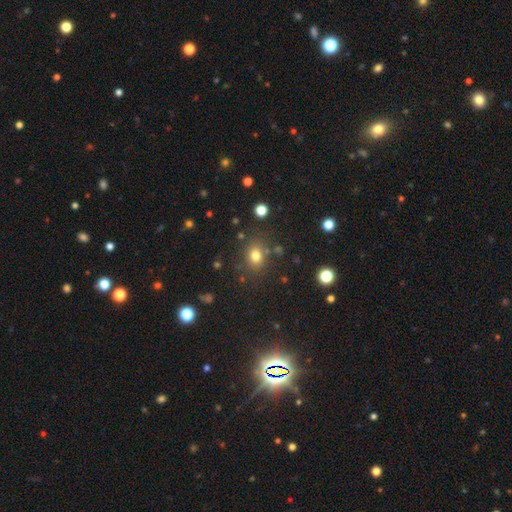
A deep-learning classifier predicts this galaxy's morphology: Q: Smooth or featured?
A: smooth (76%); runner-up: star or artifact (16%)
Q: How rounded?
A: round (56%); runner-up: in between (43%)
Q: Merging?
A: none (78%); runner-up: minor disturbance (12%)